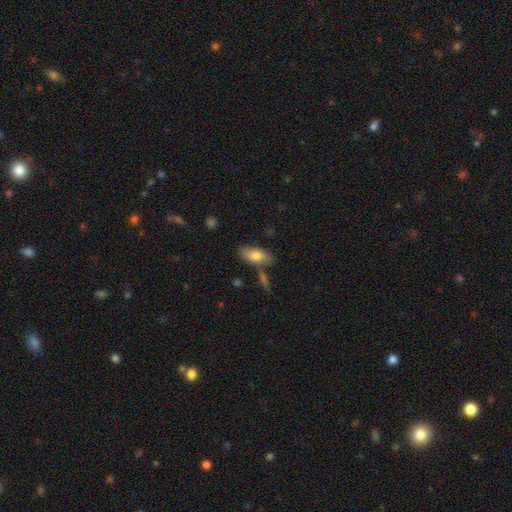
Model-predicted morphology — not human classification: A smooth galaxy with no disk features (76%) that is in between round and cigar-shaped (86%).

Vote fractions:
- Smooth or featured? smooth: 76% / featured or disk: 18% / star or artifact: 6%
- How rounded? in between: 86% / cigar-shaped: 11% / round: 3%
- Merging? none: 73% / minor disturbance: 15% / merger: 9% / major disturbance: 3%